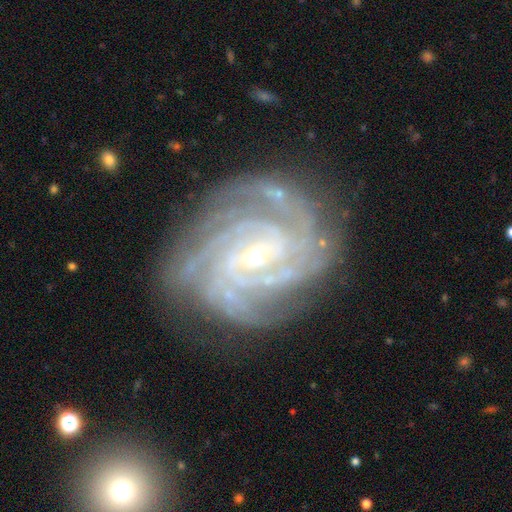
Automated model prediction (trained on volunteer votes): Smooth or featured?
  - featured or disk: 92% *
  - star or artifact: 5%
  - smooth: 3%
Edge-on disk?
  - no: 98% *
  - yes: 2%
Bar?
  - weak: 42% *
  - no: 36%
  - strong: 22%
Spiral arms?
  - yes: 98% *
  - no: 2%
Spiral winding?
  - tight: 74% *
  - medium: 23%
  - loose: 3%
Spiral arm count?
  - 4: 31% *
  - 3: 21%
  - can't tell: 15%
  - more than 4: 14%
  - 2: 12%
  - 1: 7%
Bulge size?
  - small: 75% *
  - moderate: 22%
  - large: 1%
  - none: 1%
  - dominant: 1%
Merging?
  - none: 78% *
  - minor disturbance: 15%
  - major disturbance: 5%
  - merger: 2%